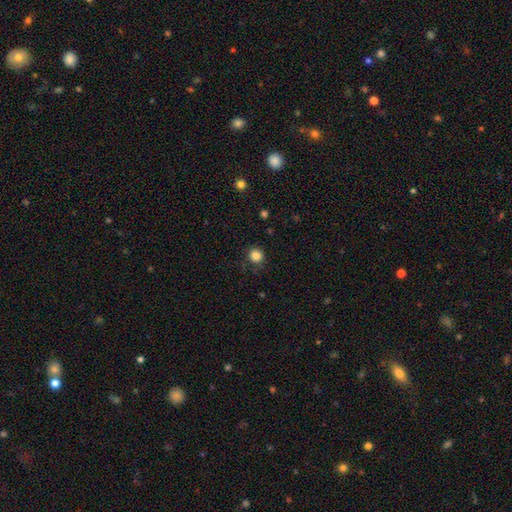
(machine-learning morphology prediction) Overall: smooth (85%). How rounded: round (90%). Merging: none (85%).